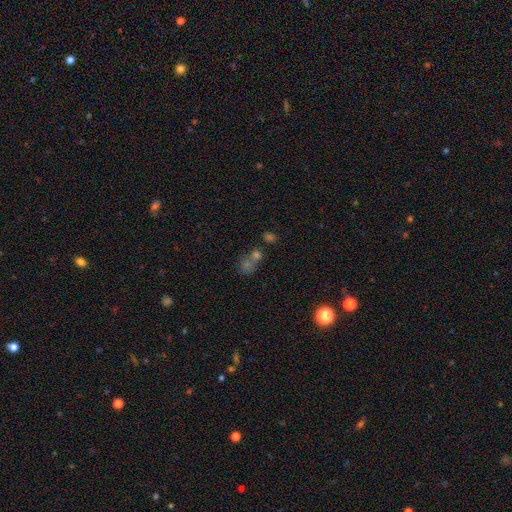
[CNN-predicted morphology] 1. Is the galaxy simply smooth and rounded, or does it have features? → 50% smooth, 34% star or artifact, 16% featured or disk.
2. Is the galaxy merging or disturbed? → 45% merger, 41% none, 8% minor disturbance, 6% major disturbance.